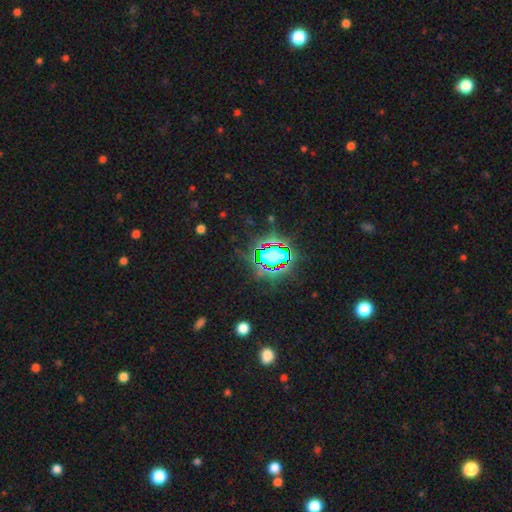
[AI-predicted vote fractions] Q: Smooth or featured?
A: star or artifact (80%); runner-up: smooth (12%)